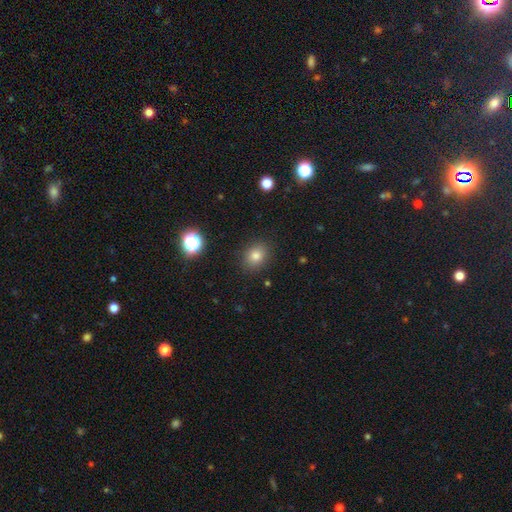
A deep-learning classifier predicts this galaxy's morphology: The model was most divided on "how rounded": round: 60%, in between: 39%, cigar-shaped: 1%. More confident: merging — none (88%); smooth or featured — smooth (80%).